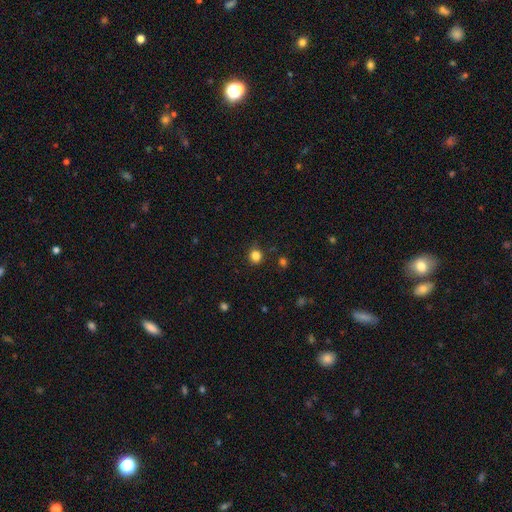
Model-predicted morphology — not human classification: smooth_or_featured: smooth (p=0.83) [alt: star or artifact p=0.13]
how_rounded: round (p=0.86) [alt: in between p=0.13]
merging: none (p=0.86) [alt: minor disturbance p=0.10]